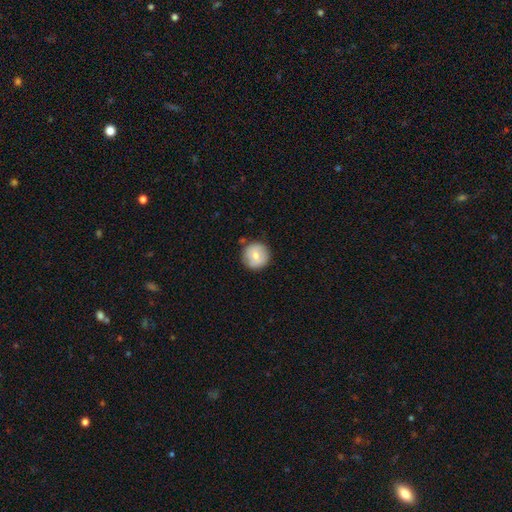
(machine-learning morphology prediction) smooth 71%, featured or disk 21%, star or artifact 8%. Down the decision tree: how rounded — round (95%); merging — none (85%).